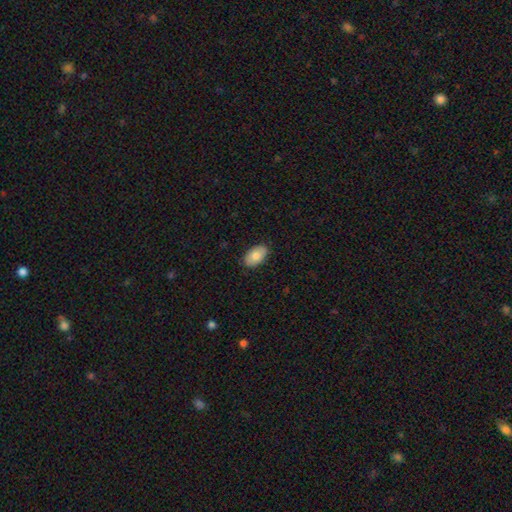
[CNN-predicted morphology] Smooth or featured? Predicted: smooth (p=0.81). How rounded? Predicted: in between (p=0.94). Merging? Predicted: none (p=0.87).